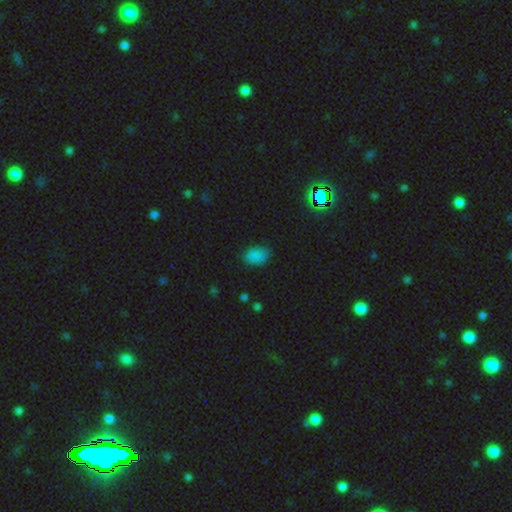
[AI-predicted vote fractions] The model was most divided on "how rounded": in between: 81%, round: 18%, cigar-shaped: 1%. More confident: smooth or featured — smooth (82%); merging — none (79%).